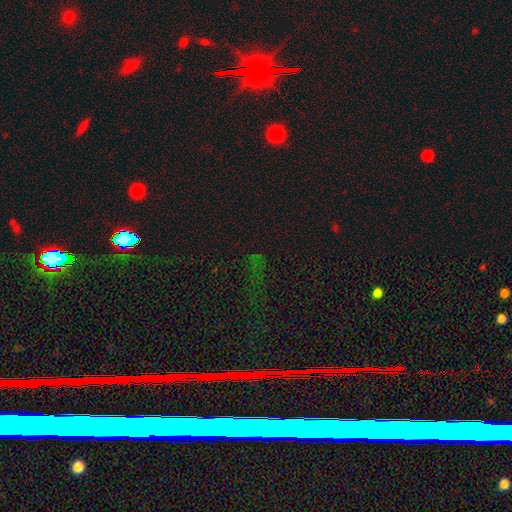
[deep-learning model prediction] star or artifact 82%, smooth 10%, featured or disk 8%.